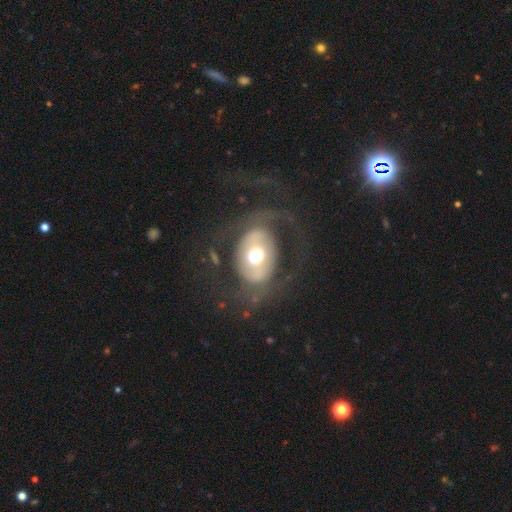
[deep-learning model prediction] A featured or disk galaxy (56%) with no bar (63%), no spiral arms (60%) and a moderate central bulge (62%).

Vote fractions:
- Smooth or featured? featured or disk: 56% / smooth: 36% / star or artifact: 7%
- Edge-on disk? no: 94% / yes: 6%
- Bar? no: 63% / weak: 21% / strong: 16%
- Spiral arms? no: 60% / yes: 40%
- Bulge size? moderate: 62% / large: 28% / small: 5% / dominant: 4% / none: 1%
- Merging? none: 57% / major disturbance: 25% / minor disturbance: 15% / merger: 2%